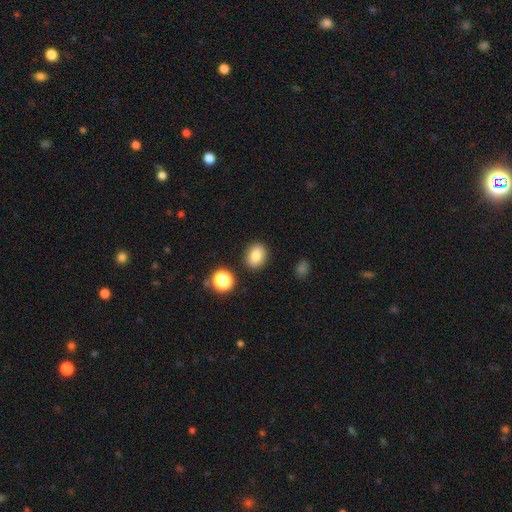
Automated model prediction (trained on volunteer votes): Q: Smooth or featured?
A: smooth (82%); runner-up: star or artifact (11%)
Q: How rounded?
A: in between (51%); runner-up: round (48%)
Q: Merging?
A: none (87%); runner-up: minor disturbance (8%)